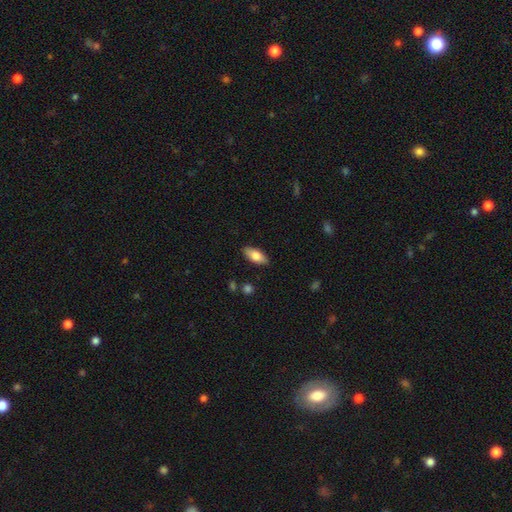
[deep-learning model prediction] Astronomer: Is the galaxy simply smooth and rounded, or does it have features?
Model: smooth — 77%.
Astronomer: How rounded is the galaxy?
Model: in between — 83%.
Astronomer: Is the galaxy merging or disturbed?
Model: none — 87%.